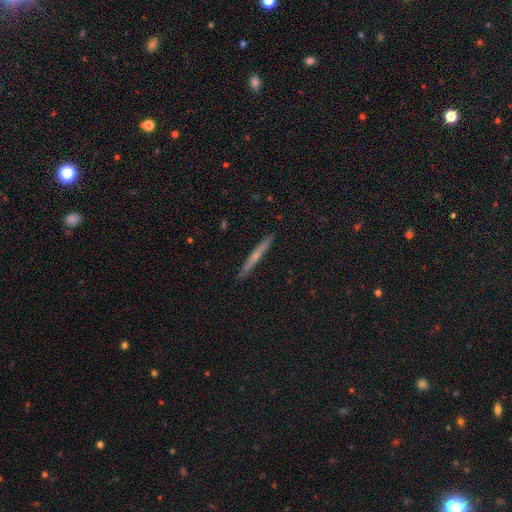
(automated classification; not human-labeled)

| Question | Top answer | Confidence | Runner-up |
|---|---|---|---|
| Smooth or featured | featured or disk | 57% | smooth (36%) |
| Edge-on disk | yes | 97% | no (3%) |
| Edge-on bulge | rounded | 54% | none (42%) |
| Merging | none | 91% | minor disturbance (6%) |